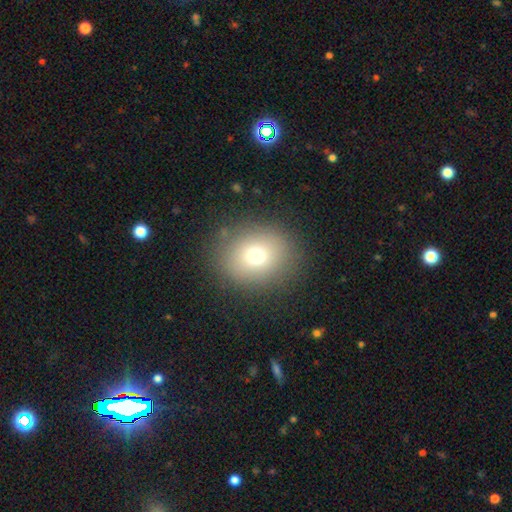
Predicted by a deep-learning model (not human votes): smooth-or-featured: smooth: 72% | star or artifact: 15% | featured or disk: 13%
  how-rounded: round: 75% | in between: 25% | cigar-shaped: 1%
  merging: none: 86% | minor disturbance: 9% | major disturbance: 4% | merger: 1%